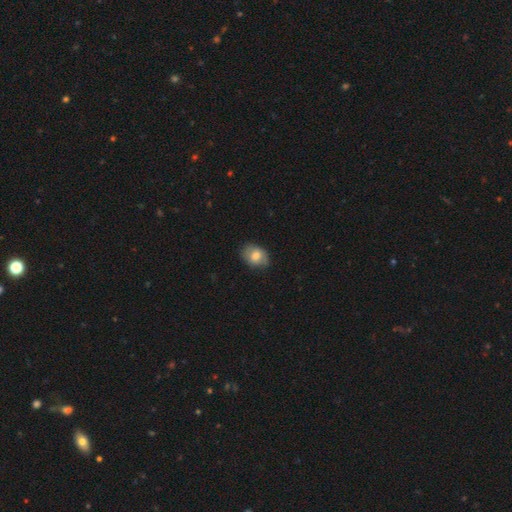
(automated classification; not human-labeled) Smooth or featured? Predicted: smooth (p=0.74). How rounded? Predicted: in between (p=0.71). Merging? Predicted: none (p=0.77).